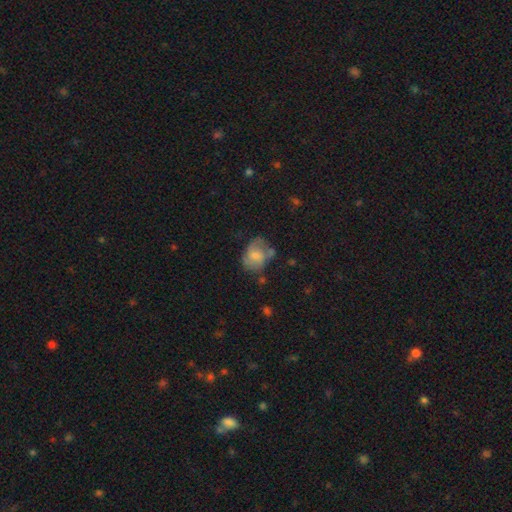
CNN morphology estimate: Smooth or featured?
  - smooth: 57% *
  - featured or disk: 35%
  - star or artifact: 8%
How rounded?
  - in between: 60% *
  - round: 39%
  - cigar-shaped: 1%
Merging?
  - none: 42% *
  - minor disturbance: 31%
  - major disturbance: 19%
  - merger: 9%